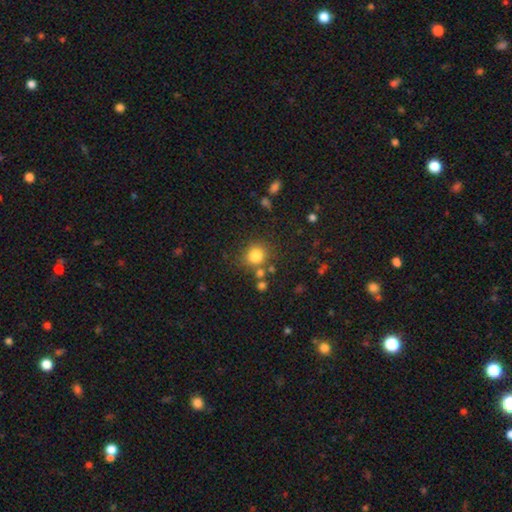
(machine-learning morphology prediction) Overall: smooth (82%). How rounded: round (84%). Merging: none (75%).